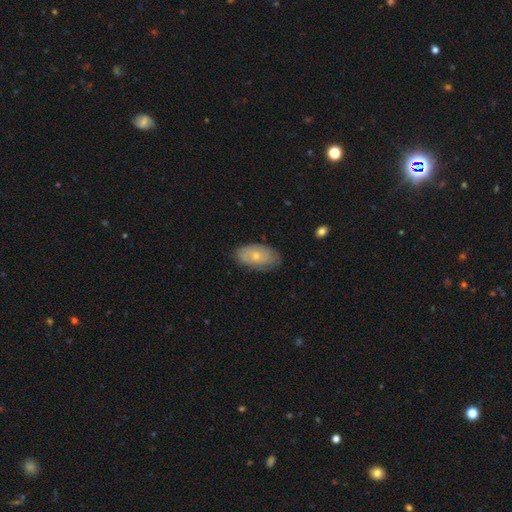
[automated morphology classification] This appears to be a smooth galaxy with no disk features (56%) that is in between round and cigar-shaped (92%). Merging: none (77%).